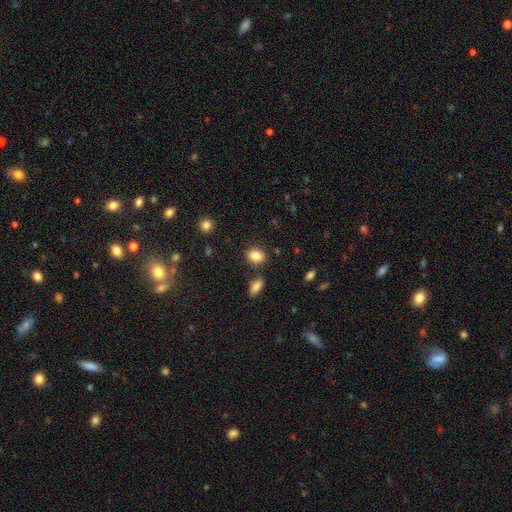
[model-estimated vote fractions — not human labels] A smooth galaxy with no disk features (85%) that is in between round and cigar-shaped (64%).

Vote fractions:
- Smooth or featured? smooth: 85% / star or artifact: 9% / featured or disk: 6%
- How rounded? in between: 64% / round: 34% / cigar-shaped: 2%
- Merging? none: 79% / minor disturbance: 11% / merger: 6% / major disturbance: 3%